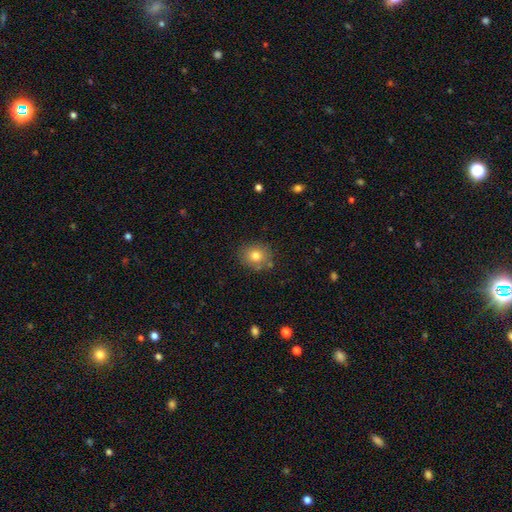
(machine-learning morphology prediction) Q: Smooth or featured?
A: smooth (79%); runner-up: star or artifact (11%)
Q: How rounded?
A: round (77%); runner-up: in between (22%)
Q: Merging?
A: none (81%); runner-up: minor disturbance (12%)